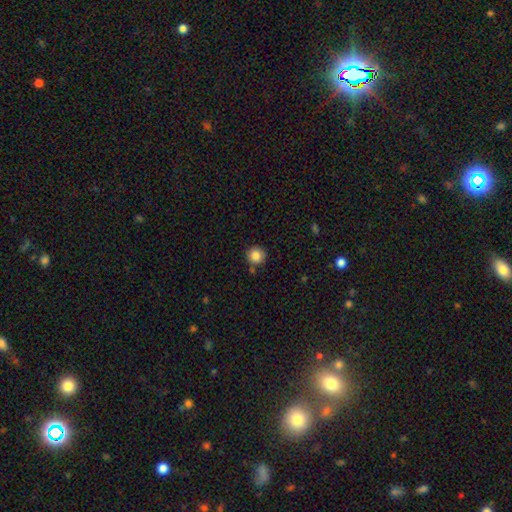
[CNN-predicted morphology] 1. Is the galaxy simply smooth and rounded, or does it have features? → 84% smooth, 10% star or artifact, 6% featured or disk.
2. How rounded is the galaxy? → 93% round, 6% in between, 1% cigar-shaped.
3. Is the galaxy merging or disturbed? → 83% none, 10% minor disturbance, 5% merger, 2% major disturbance.